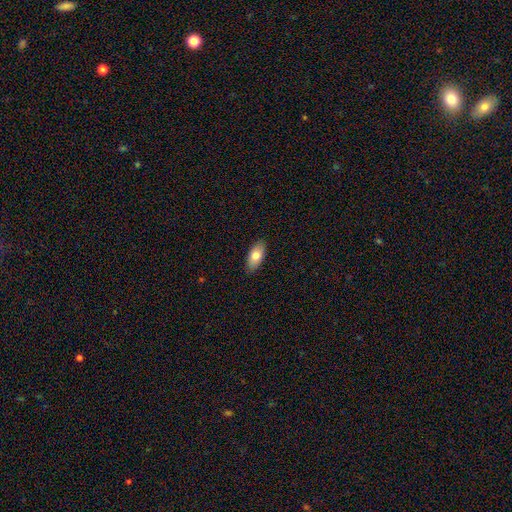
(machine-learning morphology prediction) smooth-or-featured: smooth: 77% | featured or disk: 17% | star or artifact: 6%
  how-rounded: in between: 90% | cigar-shaped: 7% | round: 3%
  merging: none: 89% | minor disturbance: 8% | major disturbance: 2% | merger: 1%